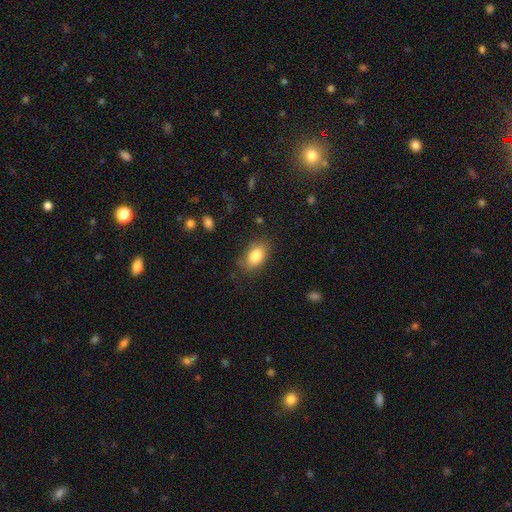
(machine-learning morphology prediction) smooth 83%, featured or disk 9%, star or artifact 8%. Down the decision tree: how rounded — in between (88%); merging — none (79%).